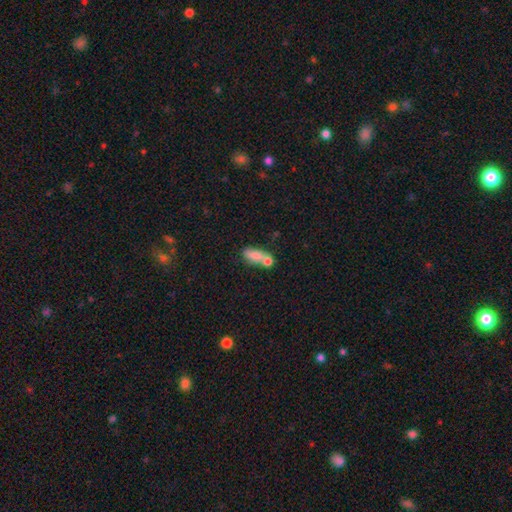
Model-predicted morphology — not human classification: Smooth or featured?
  - smooth: 76% *
  - featured or disk: 15%
  - star or artifact: 9%
How rounded?
  - in between: 72% *
  - cigar-shaped: 22%
  - round: 6%
Merging?
  - merger: 42% *
  - none: 38%
  - minor disturbance: 14%
  - major disturbance: 7%